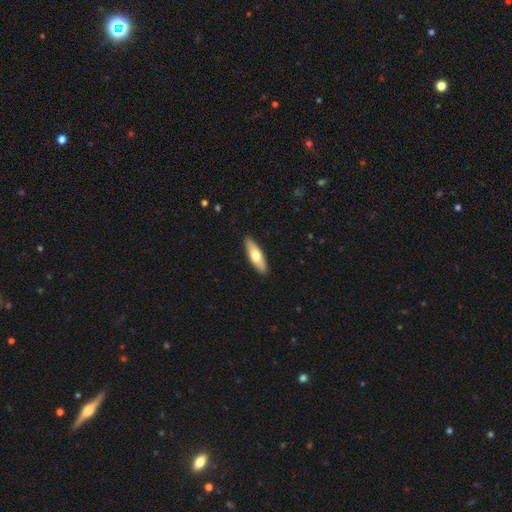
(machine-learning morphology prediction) A smooth galaxy with no disk features (63%) that is cigar-shaped (54%). Merging: none (91%).